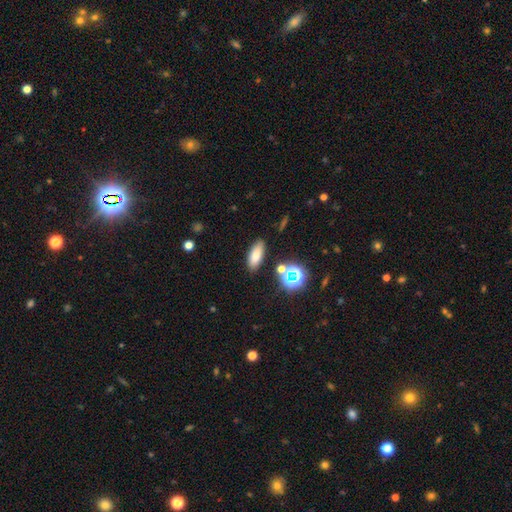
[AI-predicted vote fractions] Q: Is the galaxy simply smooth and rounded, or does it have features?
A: smooth — 76%.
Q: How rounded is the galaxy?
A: in between — 75%.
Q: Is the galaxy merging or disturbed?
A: none — 85%.